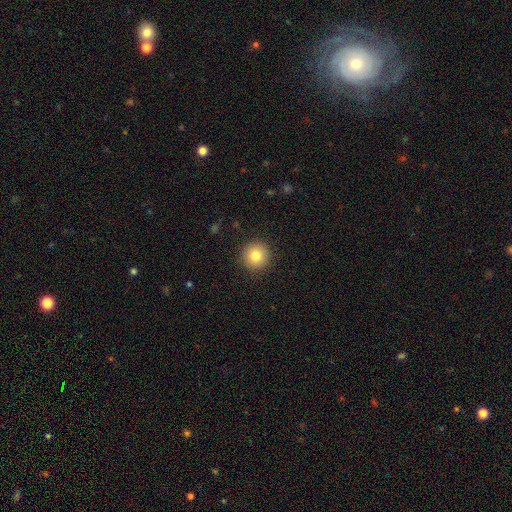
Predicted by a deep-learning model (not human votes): Smooth or featured?
  - smooth: 82% *
  - star or artifact: 10%
  - featured or disk: 8%
How rounded?
  - round: 96% *
  - in between: 3%
  - cigar-shaped: 1%
Merging?
  - none: 92% *
  - minor disturbance: 5%
  - major disturbance: 2%
  - merger: 1%